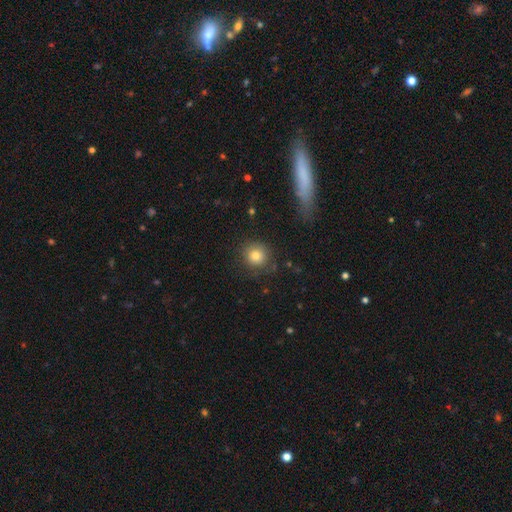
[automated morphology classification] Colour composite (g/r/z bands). It shows a smooth galaxy with no disk features (79%) that is round (90%). Merging: none (81%).